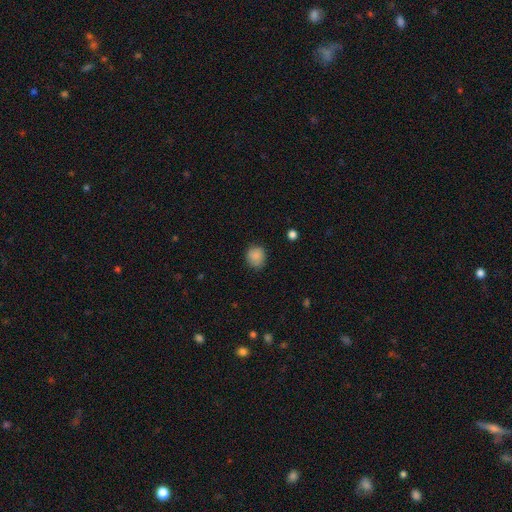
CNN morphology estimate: Smooth or featured: smooth — 85% (star or artifact — 9%)
How rounded: round — 77% (in between — 22%)
Merging: none — 79% (minor disturbance — 16%)